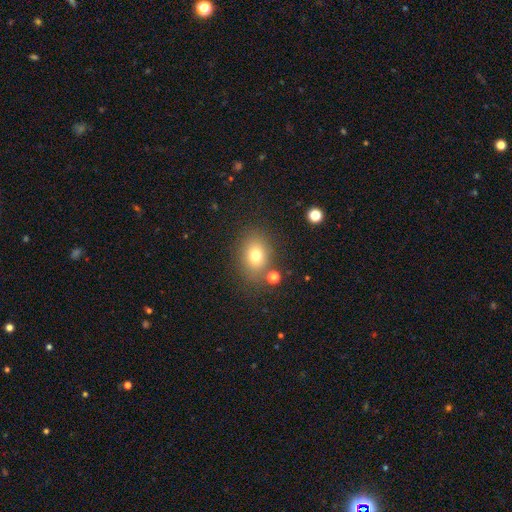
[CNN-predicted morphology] Smooth or featured?
  - smooth: 74% *
  - star or artifact: 14%
  - featured or disk: 12%
How rounded?
  - in between: 56% *
  - round: 43%
  - cigar-shaped: 1%
Merging?
  - none: 76% *
  - minor disturbance: 12%
  - merger: 7%
  - major disturbance: 5%